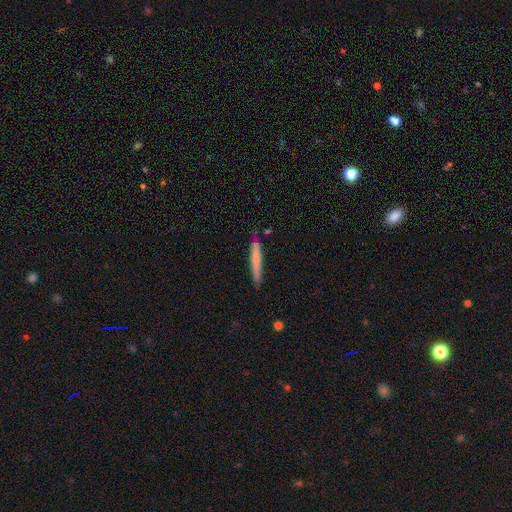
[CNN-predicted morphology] This is likely a smooth galaxy (62%). How rounded: clearly cigar-shaped (96%). Merging: clearly none (85%).